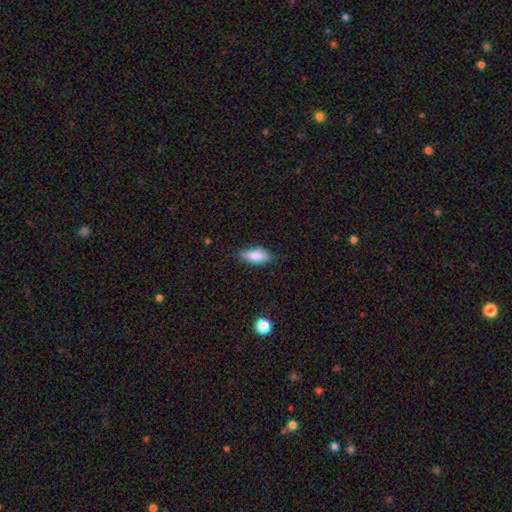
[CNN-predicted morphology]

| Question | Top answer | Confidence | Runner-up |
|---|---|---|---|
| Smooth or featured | smooth | 84% | featured or disk (9%) |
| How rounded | in between | 76% | cigar-shaped (21%) |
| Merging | none | 79% | minor disturbance (16%) |